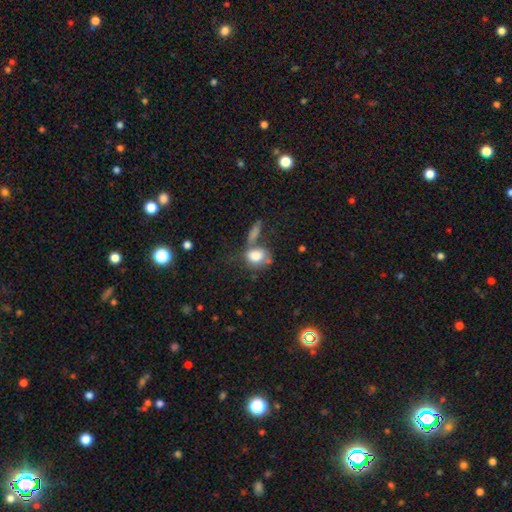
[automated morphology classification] type=smooth (77%); roundness=in between (64%); merging=none (36%).